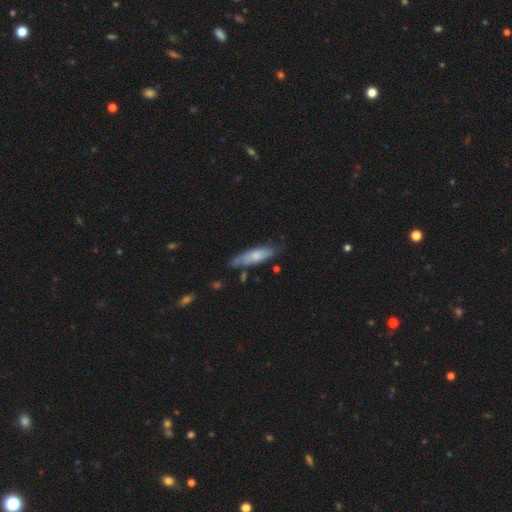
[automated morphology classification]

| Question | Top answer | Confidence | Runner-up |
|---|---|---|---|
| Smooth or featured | smooth | 64% | featured or disk (30%) |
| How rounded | cigar-shaped | 56% | in between (42%) |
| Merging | none | 65% | minor disturbance (25%) |